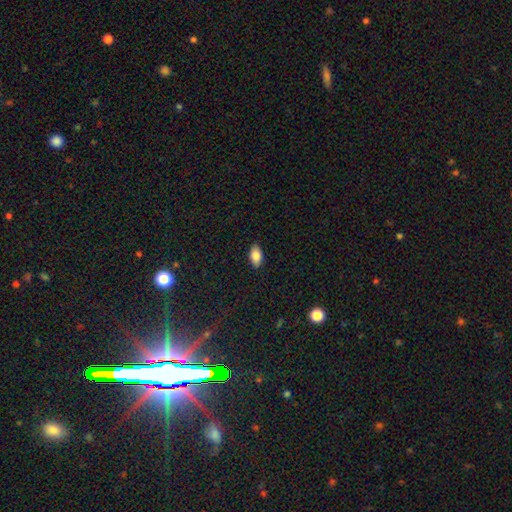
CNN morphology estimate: A smooth galaxy with no disk features (86%) that is in between round and cigar-shaped (93%). Merging: none (88%).